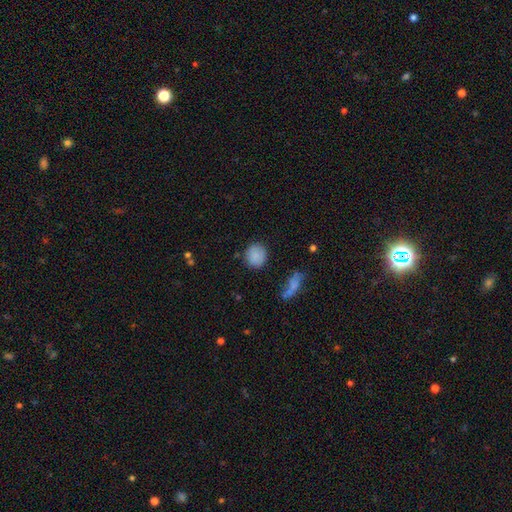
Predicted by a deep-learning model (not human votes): Smooth or featured? smooth (85%)
How rounded? round (82%)
Merging? none (80%)